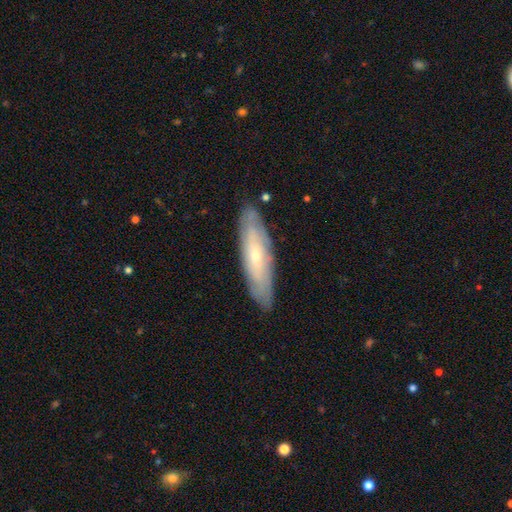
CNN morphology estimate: Smooth or featured: featured or disk — 59% (smooth — 34%)
Edge-on disk: no — 63% (yes — 37%)
Merging: none — 84% (minor disturbance — 13%)